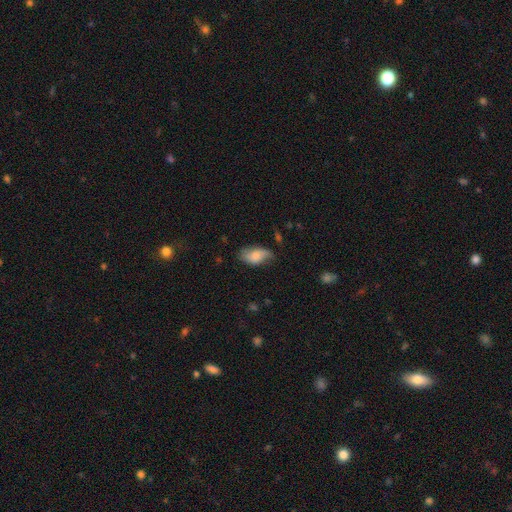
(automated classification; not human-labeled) Q: Smooth or featured?
A: smooth (72%); runner-up: featured or disk (21%)
Q: How rounded?
A: in between (93%); runner-up: round (4%)
Q: Merging?
A: none (59%); runner-up: minor disturbance (31%)